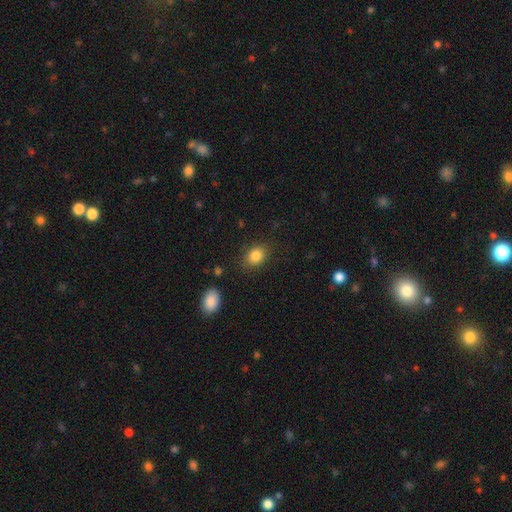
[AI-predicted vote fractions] A smooth galaxy with no disk features (84%) that is in between round and cigar-shaped (58%).

Vote fractions:
- Smooth or featured? smooth: 84% / star or artifact: 10% / featured or disk: 6%
- How rounded? in between: 58% / round: 41% / cigar-shaped: 1%
- Merging? none: 82% / minor disturbance: 12% / major disturbance: 4% / merger: 2%